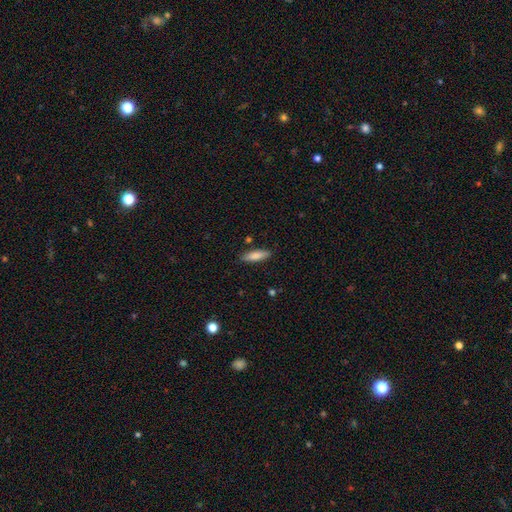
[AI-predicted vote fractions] smooth 79%, featured or disk 14%, star or artifact 6%. Down the decision tree: how rounded — cigar-shaped (61%); merging — none (86%).